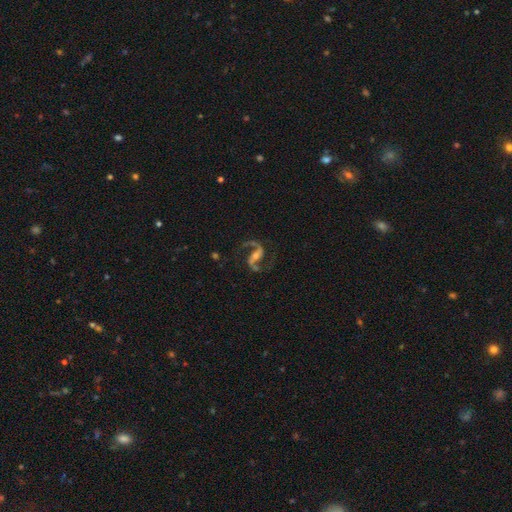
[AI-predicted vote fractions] The model was most divided on "spiral winding" (2-way tie): loose: 46%, medium: 46%, tight: 8%. Remaining: edge-on disk — no (97%); spiral arms — yes (97%); spiral arm count — 2 (92%); smooth or featured — featured or disk (91%); merging — none (73%); bulge size — moderate (50%); bar — strong (42%).